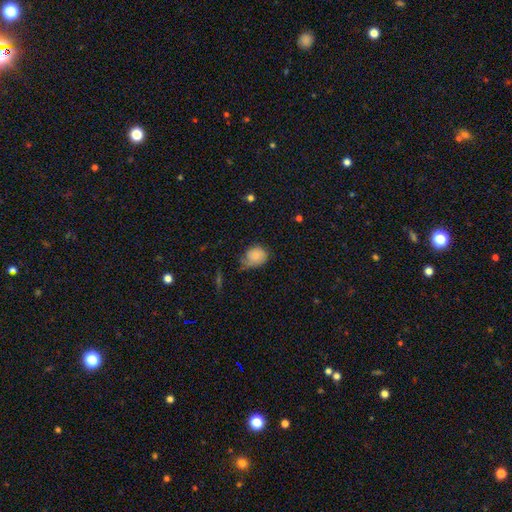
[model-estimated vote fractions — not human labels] Smooth or featured? Predicted: smooth (p=0.73). How rounded? Predicted: round (p=0.56). Merging? Predicted: none (p=0.44).